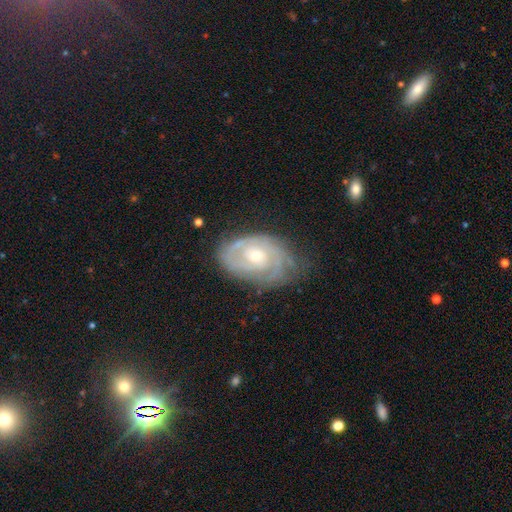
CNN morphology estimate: Overall: featured or disk (83%). Edge-on disk: no (96%). Bar: no (74%). Spiral arms: yes (92%). Spiral arm count: can't tell (38%; 2 31%). Spiral winding: tight (71%). Bulge size: moderate (50%; small 47%). Merging: none (63%; minor disturbance 26%).